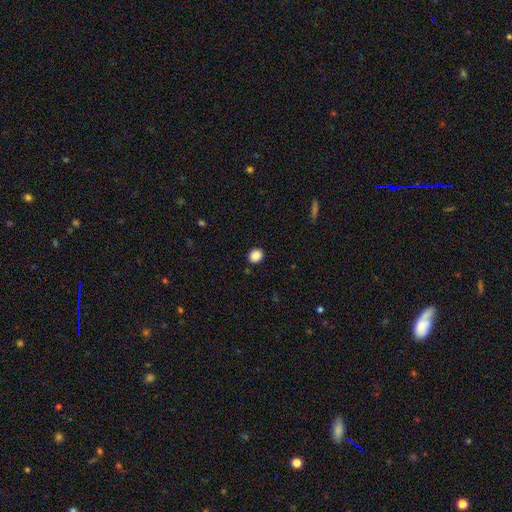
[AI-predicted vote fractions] Overall: smooth (87%). How rounded: round (76%). Merging: none (91%).